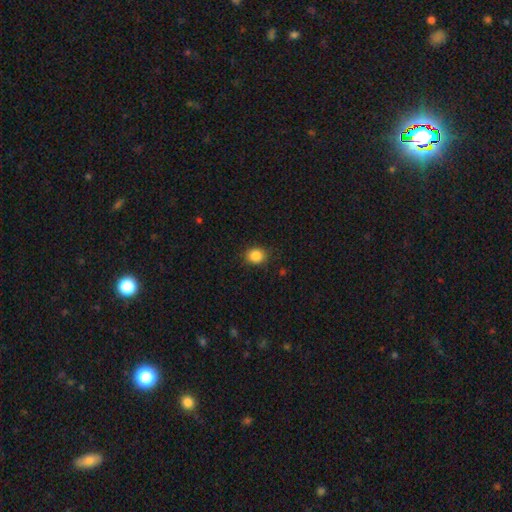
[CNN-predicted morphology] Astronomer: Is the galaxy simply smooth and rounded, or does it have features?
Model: smooth — 86%.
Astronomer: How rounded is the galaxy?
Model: round — 65%.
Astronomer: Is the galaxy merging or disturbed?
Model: none — 86%.